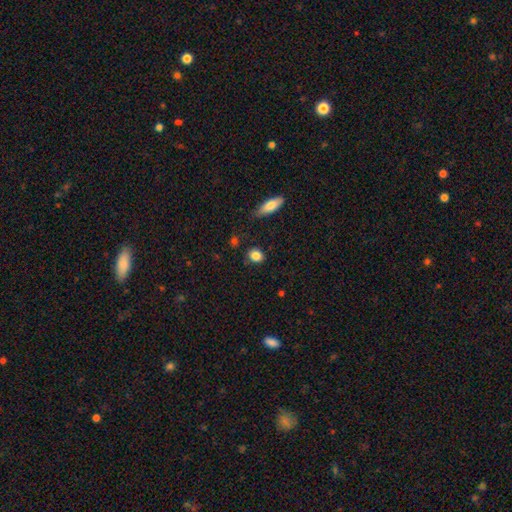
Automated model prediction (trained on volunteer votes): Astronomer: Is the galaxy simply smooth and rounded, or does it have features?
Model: smooth — 85%.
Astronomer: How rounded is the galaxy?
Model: round — 56% (runner-up: in between, 42%).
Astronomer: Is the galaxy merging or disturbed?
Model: none — 82%.